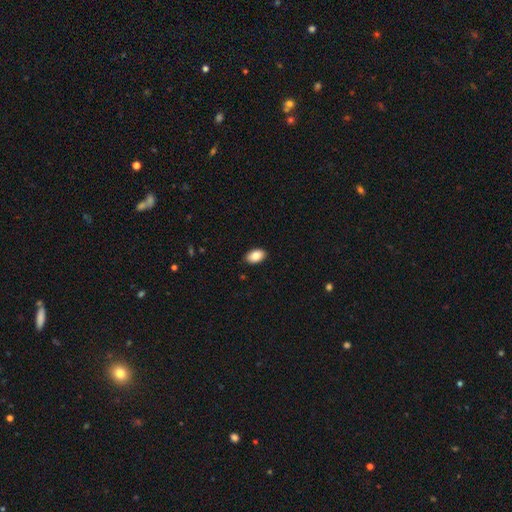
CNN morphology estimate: A smooth galaxy with no disk features (86%) that is in between round and cigar-shaped (91%).

Vote fractions:
- Smooth or featured? smooth: 86% / star or artifact: 7% / featured or disk: 7%
- How rounded? in between: 91% / round: 7% / cigar-shaped: 1%
- Merging? none: 90% / minor disturbance: 8% / major disturbance: 2% / merger: 1%